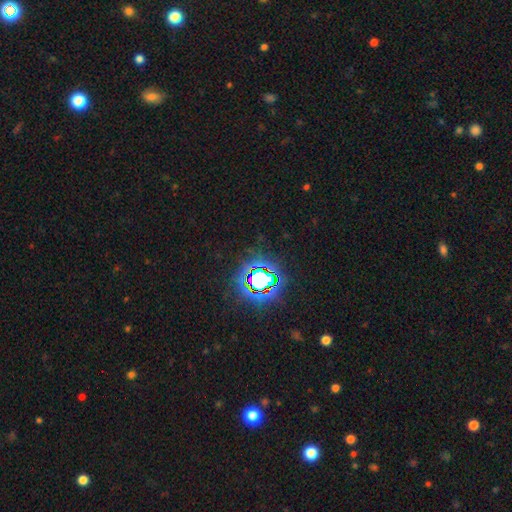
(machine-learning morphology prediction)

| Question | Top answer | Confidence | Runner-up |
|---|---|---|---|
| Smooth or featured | star or artifact | 83% | smooth (10%) |